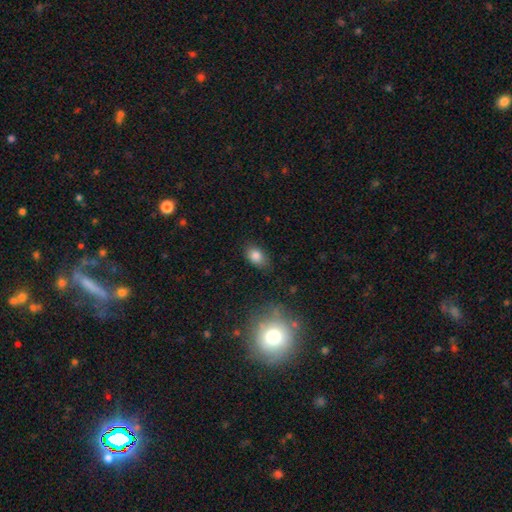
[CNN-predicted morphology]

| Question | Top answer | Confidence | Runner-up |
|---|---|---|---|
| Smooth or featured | smooth | 81% | star or artifact (10%) |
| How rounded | in between | 83% | round (16%) |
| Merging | none | 80% | minor disturbance (15%) |